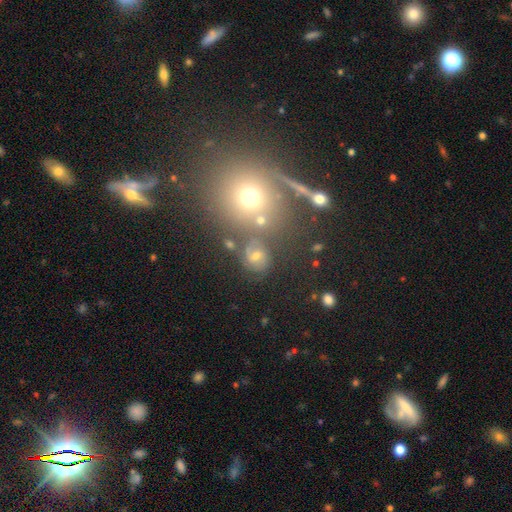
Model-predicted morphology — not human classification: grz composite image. It shows a featured or disk galaxy (42%). Merging: none (66%).